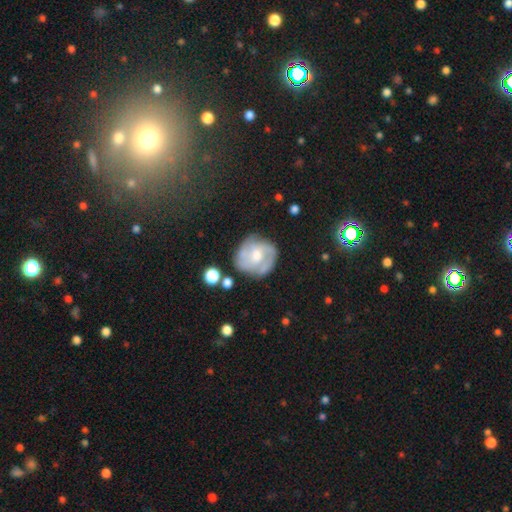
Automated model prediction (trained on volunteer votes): Smooth or featured? Predicted: featured or disk (p=0.70). Edge-on disk? Predicted: no (p=0.98). Bar? Predicted: no (p=0.55). Spiral arms? Predicted: yes (p=0.85). Spiral winding? Predicted: medium (p=0.42, tied with tight). Spiral arm count? Predicted: 2 (p=0.41). Bulge size? Predicted: moderate (p=0.60). Merging? Predicted: none (p=0.66).